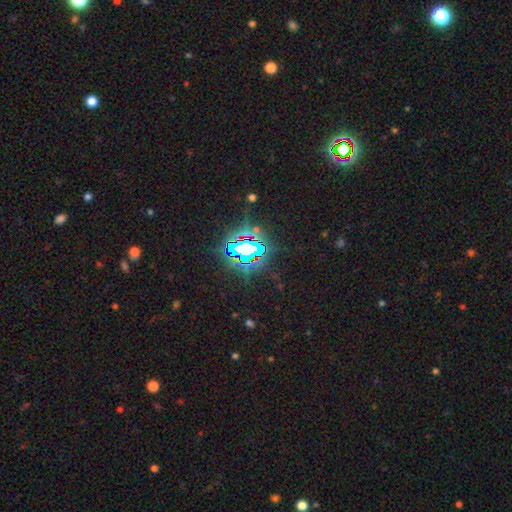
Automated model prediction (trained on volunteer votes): star or artifact 80%, smooth 11%, featured or disk 9%.